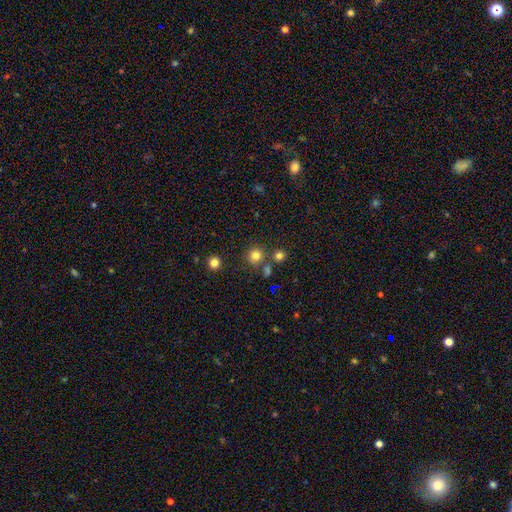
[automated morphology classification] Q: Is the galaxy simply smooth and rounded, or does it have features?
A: smooth — 78%.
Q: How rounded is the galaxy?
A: round — 92%.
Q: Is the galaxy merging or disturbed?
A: none — 78%.